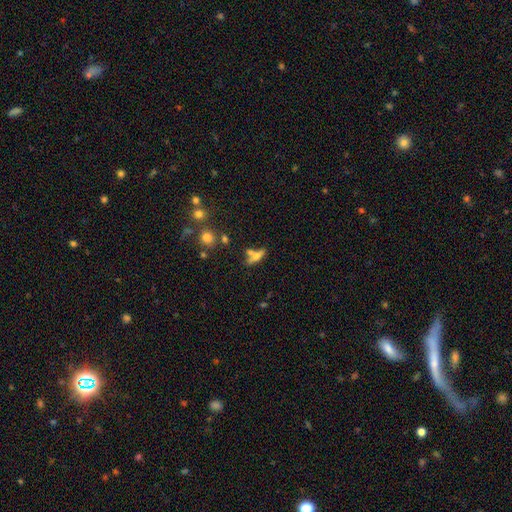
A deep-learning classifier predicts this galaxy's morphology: Smooth or featured: smooth — 47% (featured or disk — 40%)
Merging: none — 46% (merger — 33%)